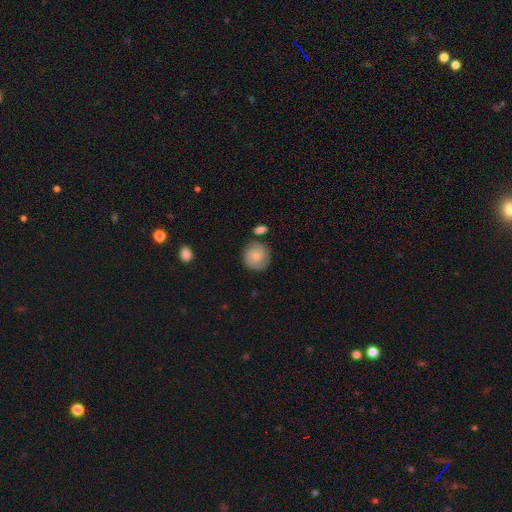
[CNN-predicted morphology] smooth-or-featured: smooth: 65% | featured or disk: 27% | star or artifact: 7%
  how-rounded: round: 91% | in between: 8% | cigar-shaped: 1%
  merging: none: 73% | minor disturbance: 16% | merger: 7% | major disturbance: 4%